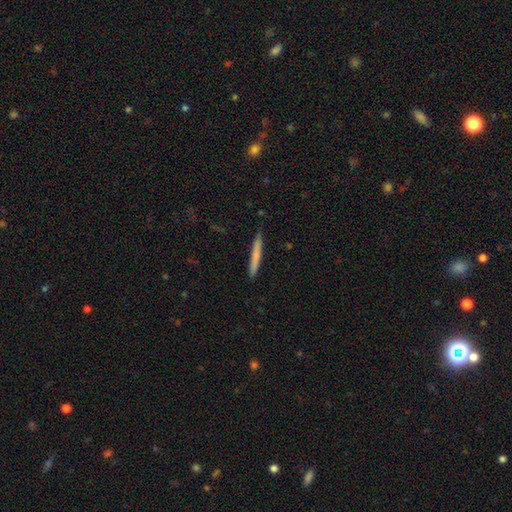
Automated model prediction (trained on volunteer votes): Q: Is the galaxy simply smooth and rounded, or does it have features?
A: smooth — 72%.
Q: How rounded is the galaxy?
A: cigar-shaped — 96%.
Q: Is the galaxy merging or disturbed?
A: none — 89%.